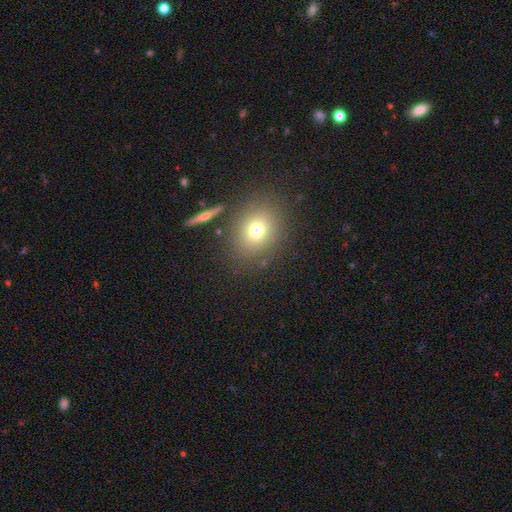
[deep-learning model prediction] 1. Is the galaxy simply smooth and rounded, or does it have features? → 66% smooth, 23% star or artifact, 11% featured or disk.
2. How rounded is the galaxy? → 60% round, 39% in between, 1% cigar-shaped.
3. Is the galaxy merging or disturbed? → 83% none, 8% minor disturbance, 6% merger, 3% major disturbance.